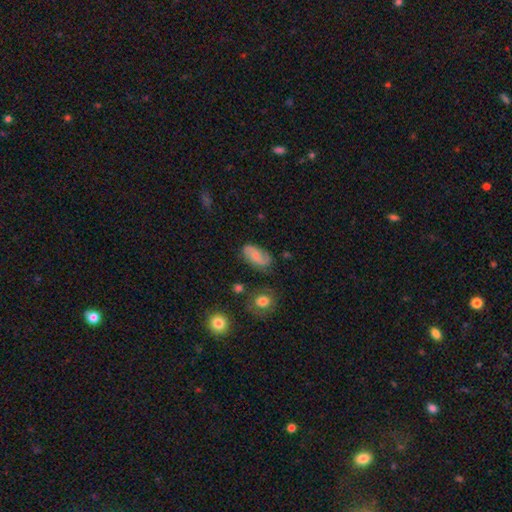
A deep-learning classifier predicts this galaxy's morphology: Q: Smooth or featured?
A: smooth (50%); runner-up: featured or disk (42%)
Q: Merging?
A: none (71%); runner-up: minor disturbance (20%)